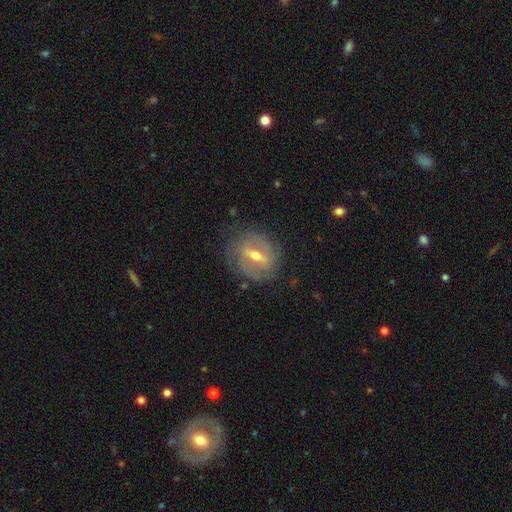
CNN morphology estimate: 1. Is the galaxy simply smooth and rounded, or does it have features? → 73% featured or disk, 19% smooth, 7% star or artifact.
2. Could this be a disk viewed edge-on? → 87% no, 13% yes.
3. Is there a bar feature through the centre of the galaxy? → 50% strong, 40% weak, 10% no.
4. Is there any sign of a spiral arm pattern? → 65% yes, 35% no.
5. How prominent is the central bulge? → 64% moderate, 31% small, 3% large, 1% none, 1% dominant.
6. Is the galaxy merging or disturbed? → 75% none, 17% minor disturbance, 7% major disturbance, 1% merger.